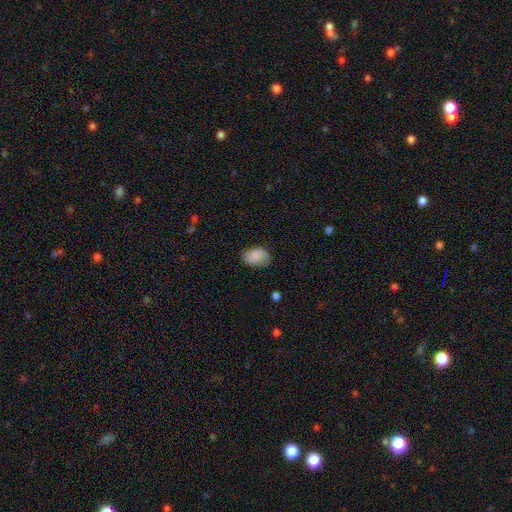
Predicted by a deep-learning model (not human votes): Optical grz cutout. It shows a smooth galaxy with no disk features (79%) that is in between round and cigar-shaped (84%). Merging: none (67%).